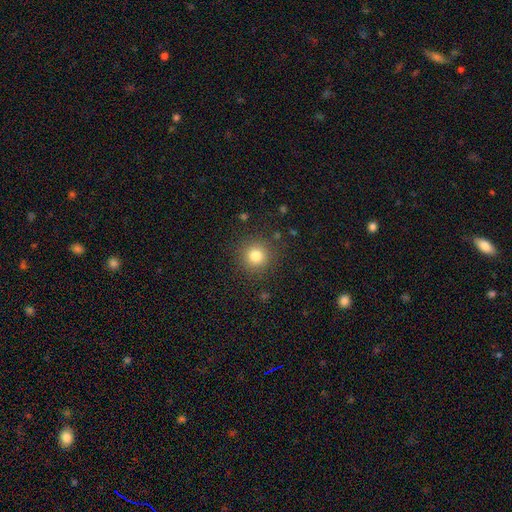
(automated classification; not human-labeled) Smooth or featured?
  - smooth: 80% *
  - star or artifact: 13%
  - featured or disk: 7%
How rounded?
  - round: 94% *
  - in between: 5%
  - cigar-shaped: 1%
Merging?
  - none: 89% *
  - minor disturbance: 7%
  - major disturbance: 3%
  - merger: 1%